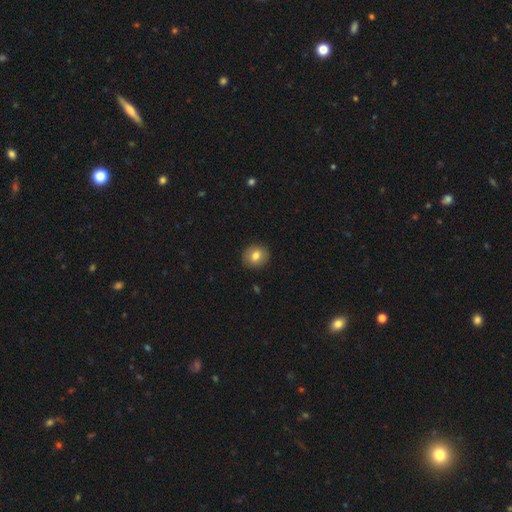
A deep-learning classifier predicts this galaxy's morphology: Smooth or featured? smooth (78%)
How rounded? round (80%)
Merging? none (91%)